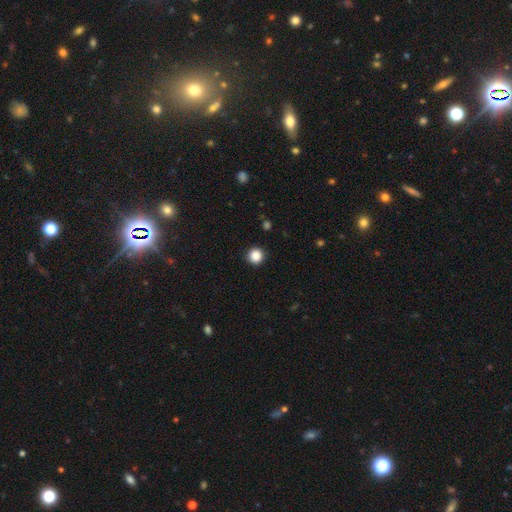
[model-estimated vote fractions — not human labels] The model was most divided on "smooth or featured": smooth: 87%, star or artifact: 11%, featured or disk: 3%. More confident: how rounded — round (95%); merging — none (92%).